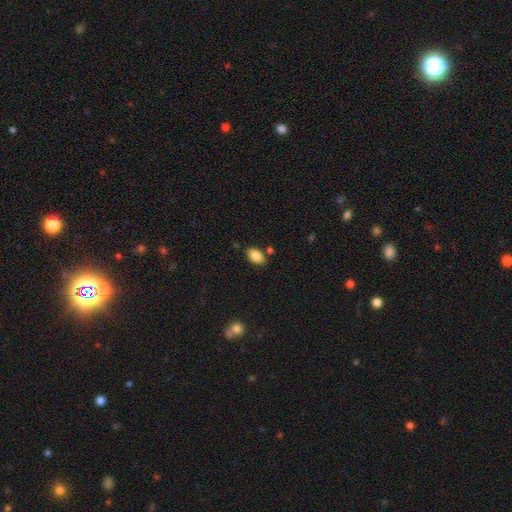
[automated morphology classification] A smooth galaxy with no disk features (86%) that is in between round and cigar-shaped (92%).

Vote fractions:
- Smooth or featured? smooth: 86% / star or artifact: 8% / featured or disk: 7%
- How rounded? in between: 92% / round: 6% / cigar-shaped: 2%
- Merging? none: 80% / minor disturbance: 12% / merger: 6% / major disturbance: 3%